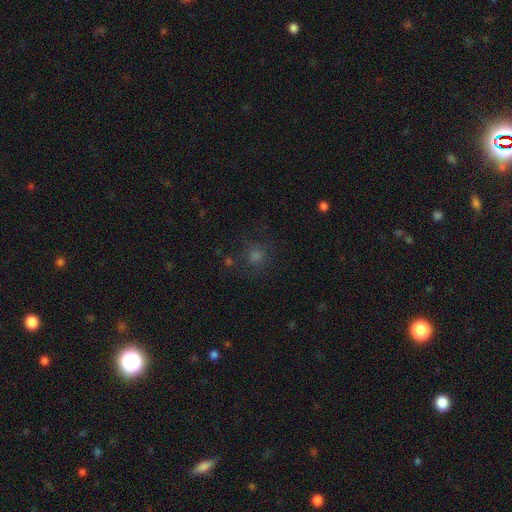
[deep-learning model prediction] Smooth or featured? Predicted: smooth (p=0.55). How rounded? Predicted: round (p=0.89). Merging? Predicted: none (p=0.79).